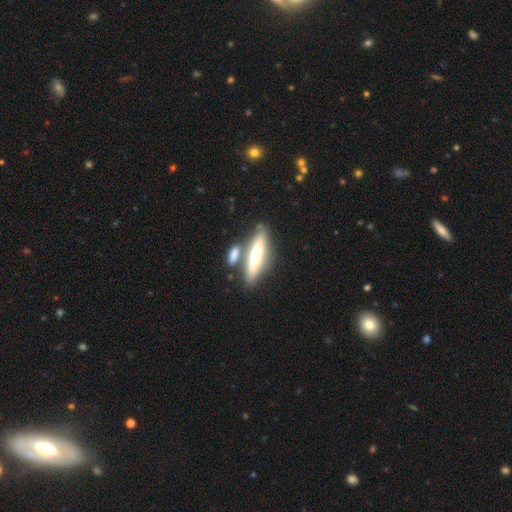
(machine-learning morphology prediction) Q: Smooth or featured?
A: smooth (51%); runner-up: featured or disk (42%)
Q: How rounded?
A: cigar-shaped (75%); runner-up: in between (24%)
Q: Merging?
A: none (58%); runner-up: merger (25%)